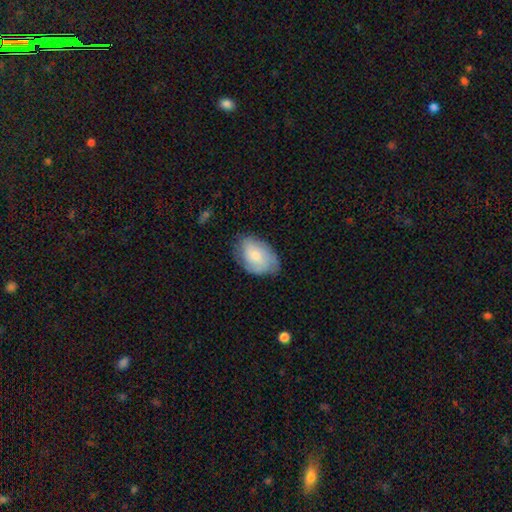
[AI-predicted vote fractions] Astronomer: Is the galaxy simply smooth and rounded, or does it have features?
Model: smooth — 55% (runner-up: featured or disk, 38%).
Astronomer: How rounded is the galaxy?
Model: in between — 86%.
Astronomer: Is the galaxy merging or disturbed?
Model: none — 66%.